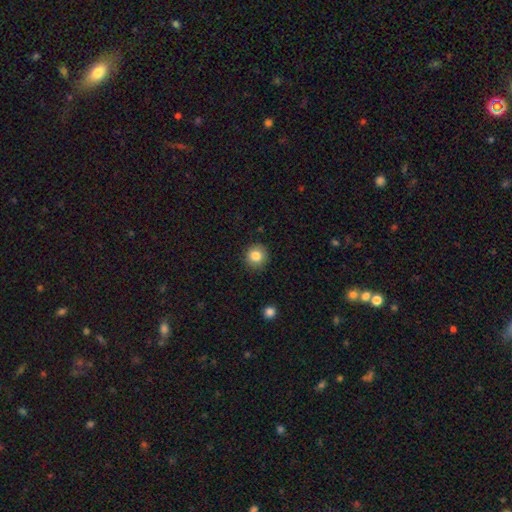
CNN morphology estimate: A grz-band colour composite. It shows a smooth galaxy with no disk features (84%) that is round (93%). Merging: none (90%).